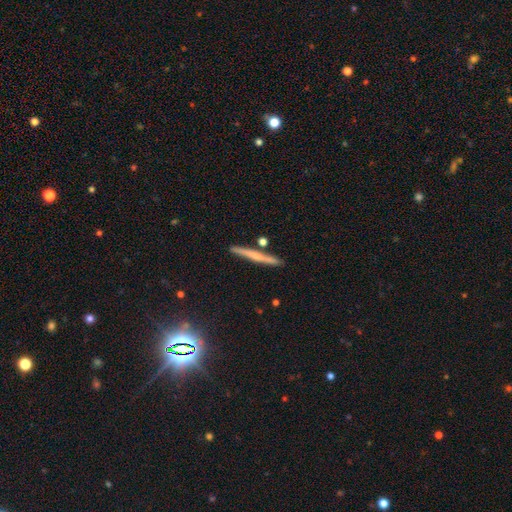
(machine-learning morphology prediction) smooth_or_featured: smooth (p=0.46) [tied with: featured or disk p=0.46]
merging: none (p=0.86) [alt: minor disturbance p=0.08]